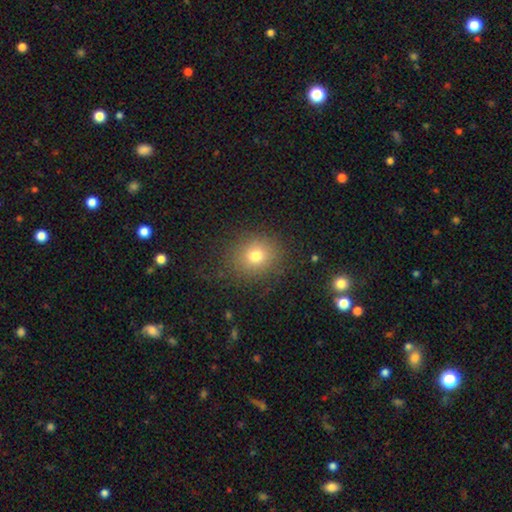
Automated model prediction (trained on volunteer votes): Overall: smooth (76%). How rounded: round (75%). Merging: none (84%).